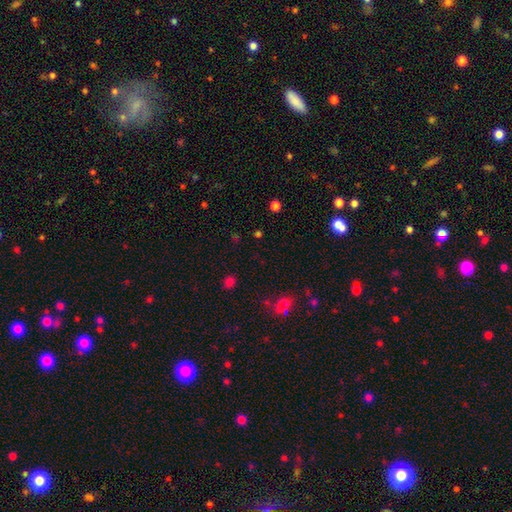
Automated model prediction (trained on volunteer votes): This appears to be a smooth galaxy with no disk features (47%). Merging: none (78%).